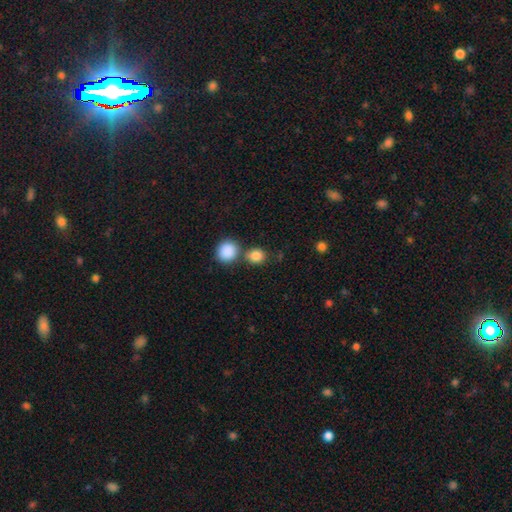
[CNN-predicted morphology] Smooth or featured: smooth — 86% (star or artifact — 10%)
How rounded: round — 78% (in between — 21%)
Merging: none — 62% (merger — 26%)